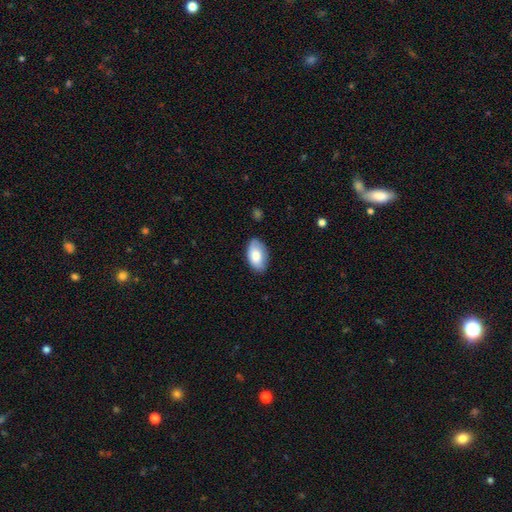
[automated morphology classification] type=smooth (81%); roundness=in between (94%); merging=none (81%).